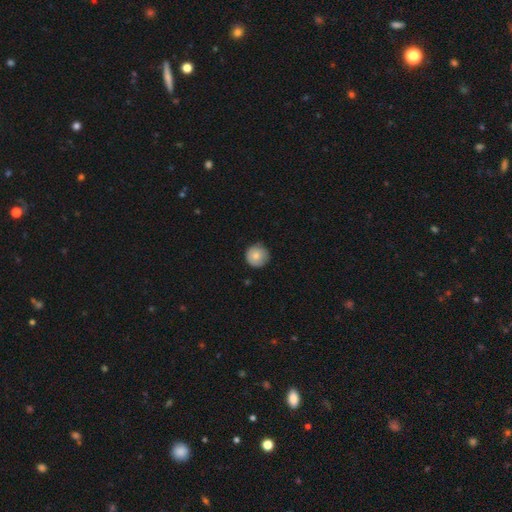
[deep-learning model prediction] Smooth or featured? smooth (79%)
How rounded? round (96%)
Merging? none (85%)